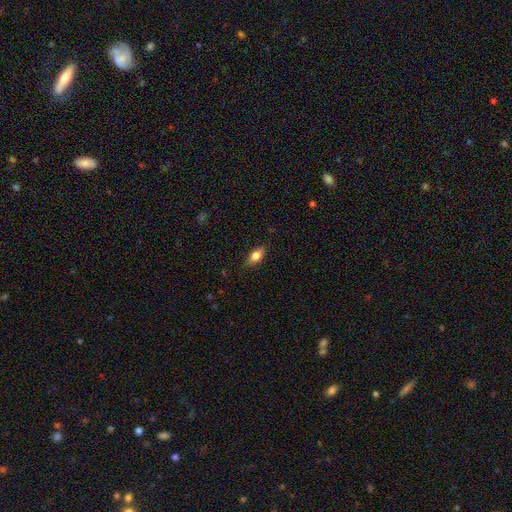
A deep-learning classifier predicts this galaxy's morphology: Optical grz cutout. It shows a smooth galaxy with no disk features (76%) that is in between round and cigar-shaped (85%). Merging: none (84%).